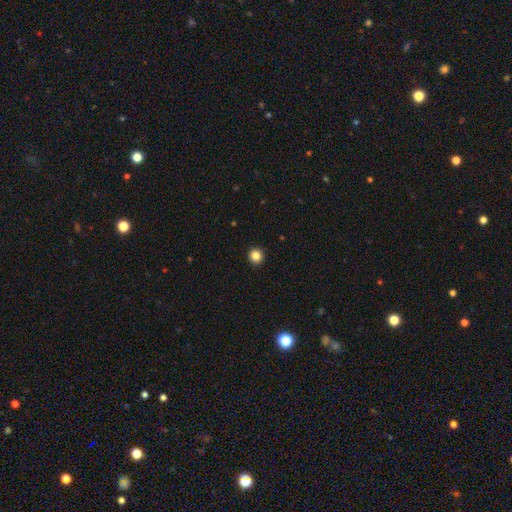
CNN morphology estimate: Smooth or featured?
  - smooth: 85% *
  - star or artifact: 11%
  - featured or disk: 4%
How rounded?
  - round: 95% *
  - in between: 4%
  - cigar-shaped: 1%
Merging?
  - none: 94% *
  - minor disturbance: 4%
  - major disturbance: 1%
  - merger: 1%